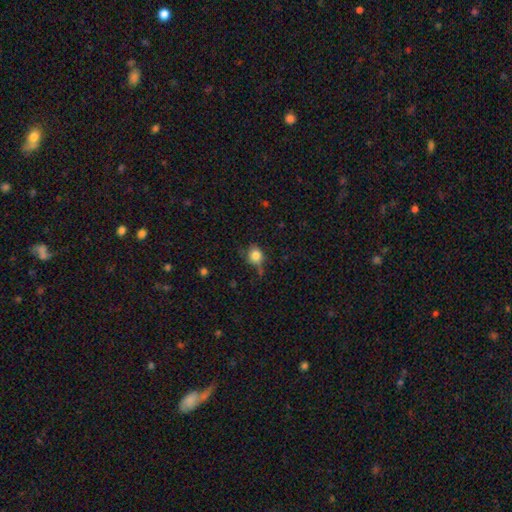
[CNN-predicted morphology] A smooth galaxy with no disk features (80%) that is round (77%). Merging: none (56%).